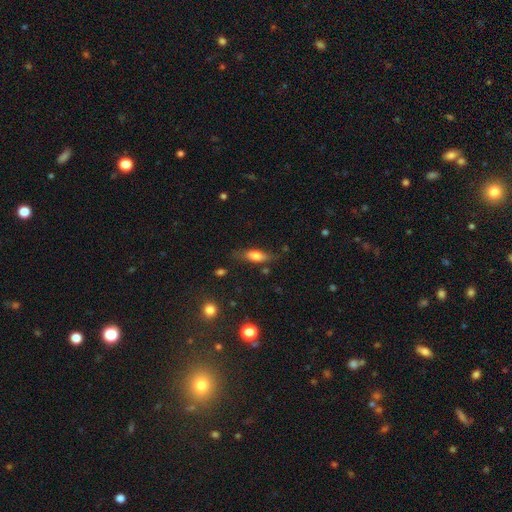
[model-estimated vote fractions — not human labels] Smooth or featured?
  - smooth: 69% *
  - featured or disk: 22%
  - star or artifact: 9%
How rounded?
  - in between: 63% *
  - cigar-shaped: 34%
  - round: 3%
Merging?
  - none: 66% *
  - minor disturbance: 23%
  - major disturbance: 9%
  - merger: 3%